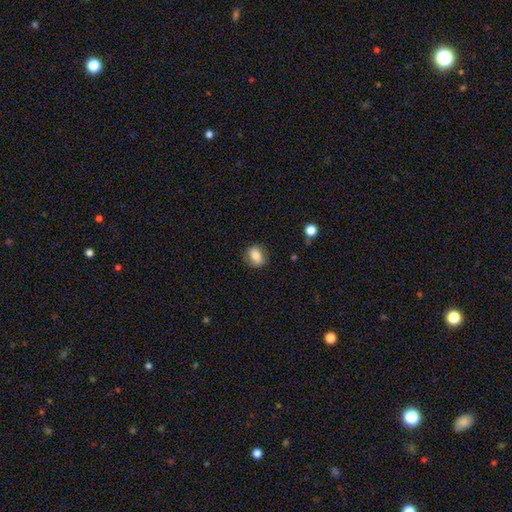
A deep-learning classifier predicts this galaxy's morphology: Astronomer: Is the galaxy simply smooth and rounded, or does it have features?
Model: smooth — 79%.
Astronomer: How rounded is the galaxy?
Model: in between — 62%.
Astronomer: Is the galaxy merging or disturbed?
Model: none — 79%.